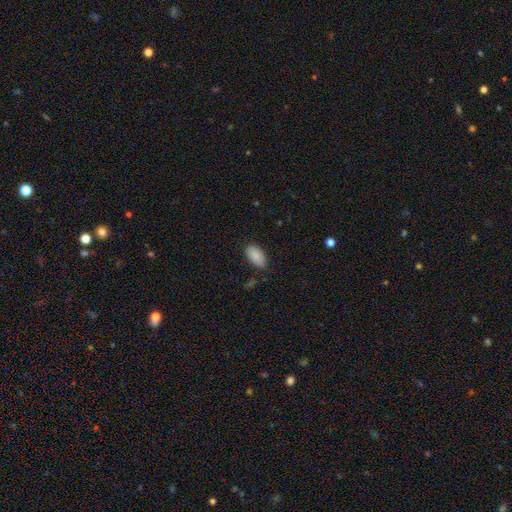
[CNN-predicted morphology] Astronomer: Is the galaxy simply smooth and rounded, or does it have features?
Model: smooth — 88%.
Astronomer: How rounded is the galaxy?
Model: in between — 95%.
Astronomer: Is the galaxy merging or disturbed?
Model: none — 84%.